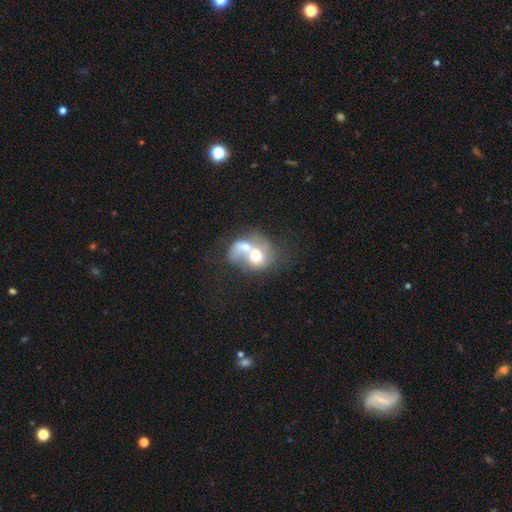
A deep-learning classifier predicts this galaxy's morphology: A smooth galaxy with no disk features (53%) that is round (55%). Merging: merger (78%).